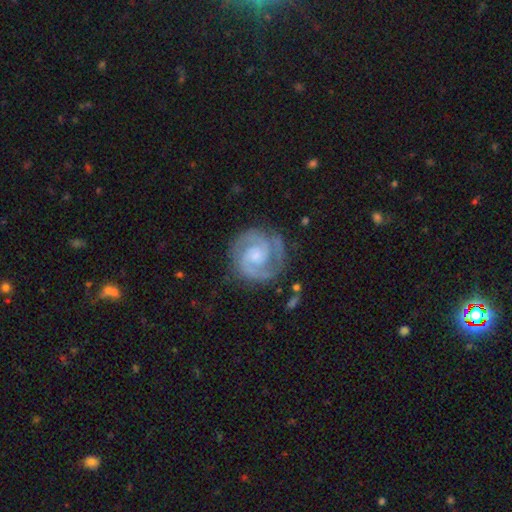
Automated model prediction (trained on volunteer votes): This appears to be a featured or disk galaxy (89%) with no bar (58%), 2 (82%) tight (58%) spiral arms (98%) and a small central bulge (48%). Merging: none (79%).